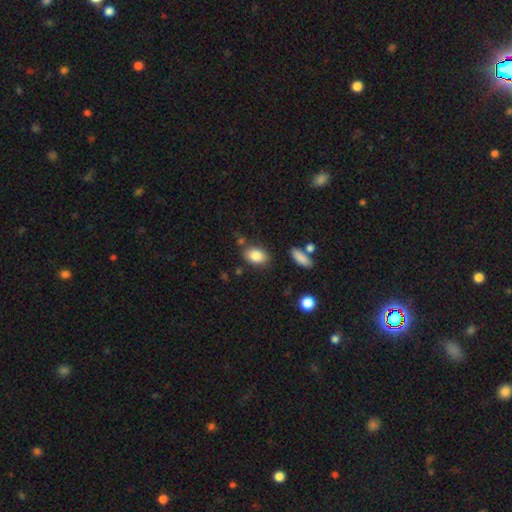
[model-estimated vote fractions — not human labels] Q: Smooth or featured?
A: smooth (85%); runner-up: star or artifact (8%)
Q: How rounded?
A: in between (85%); runner-up: round (13%)
Q: Merging?
A: none (78%); runner-up: minor disturbance (13%)